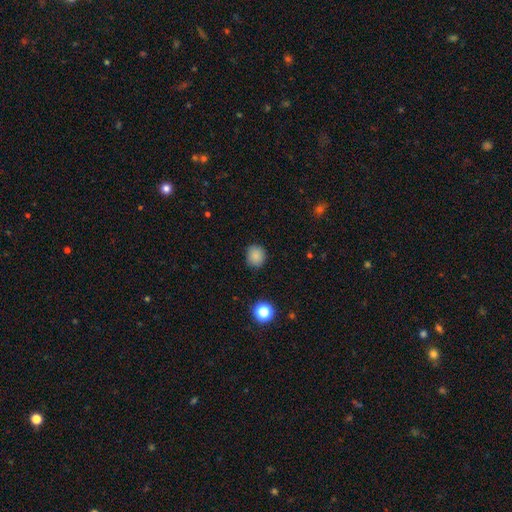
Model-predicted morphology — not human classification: Smooth or featured? Predicted: smooth (p=0.84). How rounded? Predicted: round (p=0.83). Merging? Predicted: none (p=0.85).